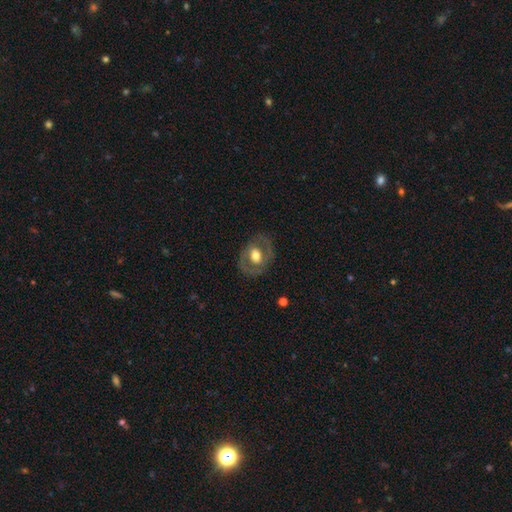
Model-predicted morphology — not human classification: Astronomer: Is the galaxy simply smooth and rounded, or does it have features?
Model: featured or disk — 55% (runner-up: smooth, 39%).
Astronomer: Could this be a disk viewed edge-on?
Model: no — 94%.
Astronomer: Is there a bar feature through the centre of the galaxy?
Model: no — 63%.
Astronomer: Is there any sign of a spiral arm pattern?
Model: no — 71%.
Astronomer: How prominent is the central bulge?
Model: moderate — 56% (runner-up: large, 34%).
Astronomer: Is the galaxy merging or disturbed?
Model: none — 76%.